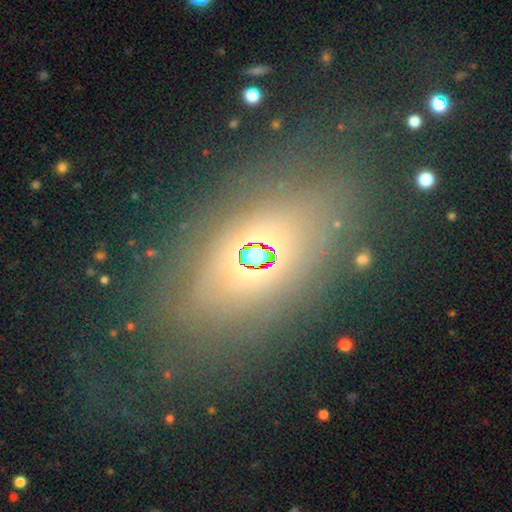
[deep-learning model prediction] This is marginally a smooth galaxy (37%). Merging: likely none (74%).